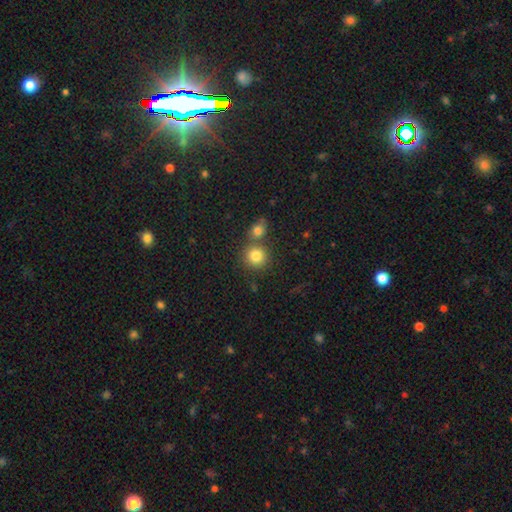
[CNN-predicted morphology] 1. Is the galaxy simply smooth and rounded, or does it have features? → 83% smooth, 11% star or artifact, 7% featured or disk.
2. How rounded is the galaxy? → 88% round, 11% in between, 1% cigar-shaped.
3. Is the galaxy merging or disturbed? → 62% none, 27% merger, 8% minor disturbance, 3% major disturbance.